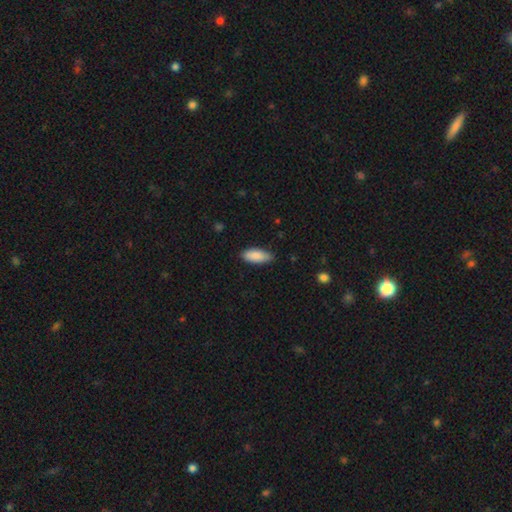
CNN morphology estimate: A smooth galaxy with no disk features (87%) that is in between round and cigar-shaped (83%). Merging: none (78%).